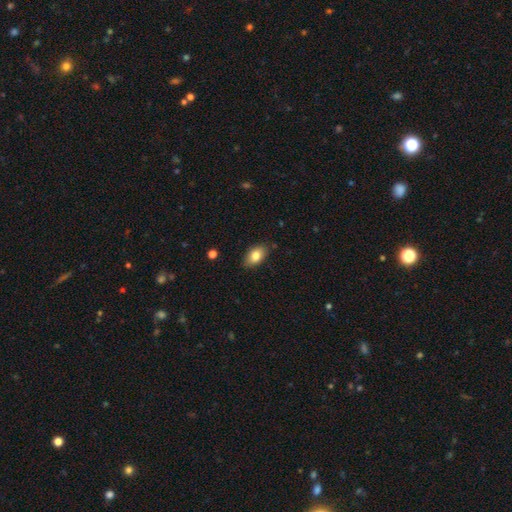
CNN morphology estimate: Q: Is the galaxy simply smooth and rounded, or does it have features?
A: smooth — 82%.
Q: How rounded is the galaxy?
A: in between — 90%.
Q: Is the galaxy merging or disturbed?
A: none — 84%.